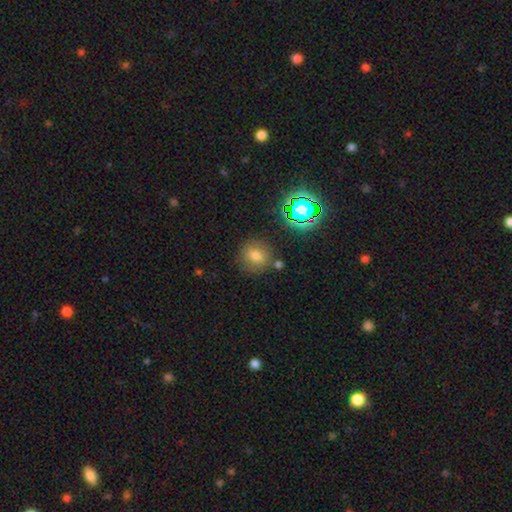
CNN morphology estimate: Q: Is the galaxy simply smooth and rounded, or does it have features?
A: smooth — 70%.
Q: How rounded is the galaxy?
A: round — 81%.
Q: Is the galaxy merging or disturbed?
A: none — 78%.